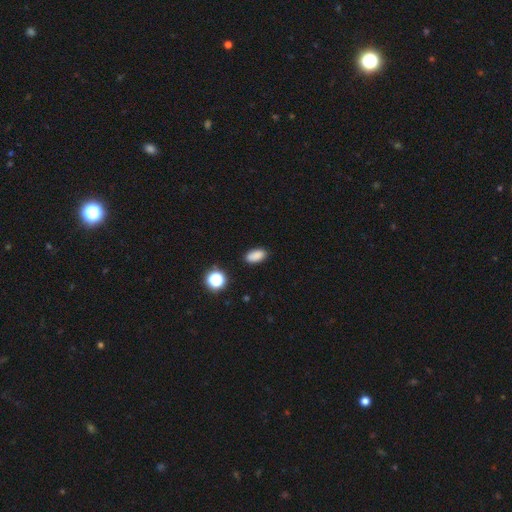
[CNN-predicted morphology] The model was most divided on "smooth or featured": smooth: 85%, star or artifact: 11%, featured or disk: 4%. More confident: how rounded — in between (90%); merging — none (87%).